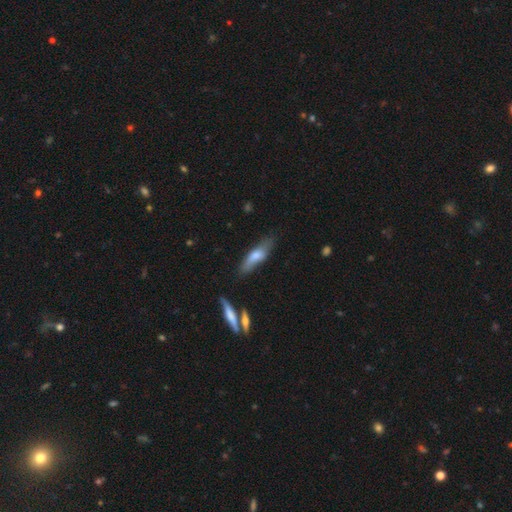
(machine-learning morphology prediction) Smooth or featured? Predicted: smooth (p=0.62). How rounded? Predicted: cigar-shaped (p=0.64). Merging? Predicted: none (p=0.70).